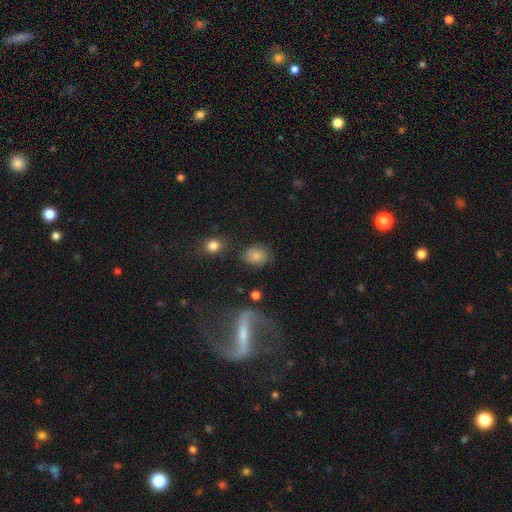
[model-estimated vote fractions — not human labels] Morphology: type=smooth (75%); roundness=in between (54%); merging=none (70%).